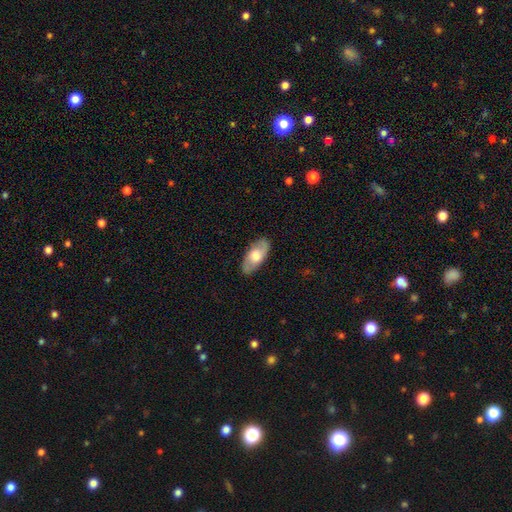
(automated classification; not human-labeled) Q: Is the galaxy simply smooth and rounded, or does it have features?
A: smooth — 48%.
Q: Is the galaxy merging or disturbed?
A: none — 85%.